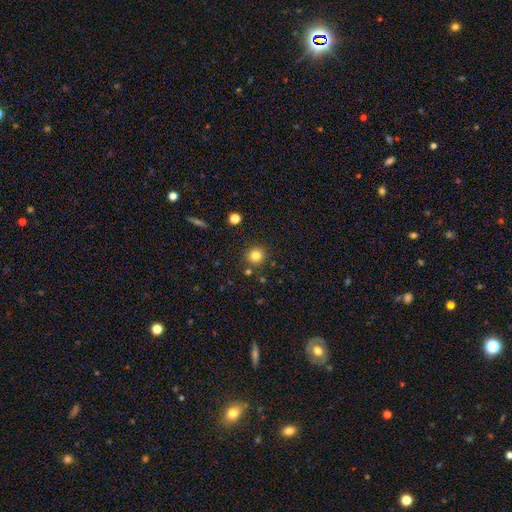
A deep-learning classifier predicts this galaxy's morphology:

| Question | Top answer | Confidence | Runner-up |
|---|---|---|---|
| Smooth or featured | smooth | 81% | star or artifact (13%) |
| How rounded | round | 93% | in between (6%) |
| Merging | none | 85% | minor disturbance (8%) |